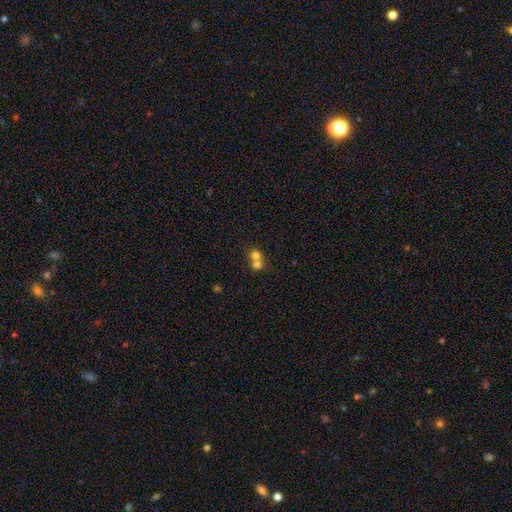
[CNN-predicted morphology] smooth-or-featured: smooth: 72% | featured or disk: 15% | star or artifact: 13%
  how-rounded: round: 83% | in between: 16% | cigar-shaped: 1%
  merging: merger: 64% | none: 30% | minor disturbance: 4% | major disturbance: 2%